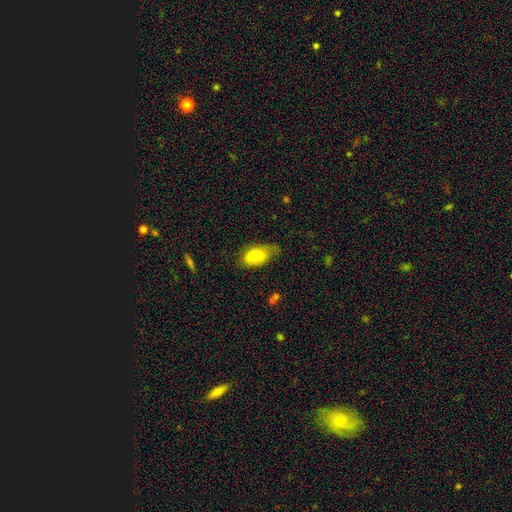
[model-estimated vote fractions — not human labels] Smooth or featured: smooth — 79% (featured or disk — 14%)
How rounded: in between — 93% (round — 5%)
Merging: none — 44% (minor disturbance — 38%)